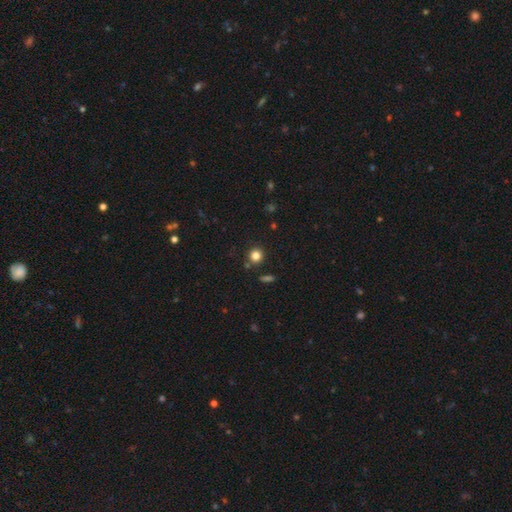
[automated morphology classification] Overall: smooth (81%). How rounded: round (90%). Merging: none (84%).